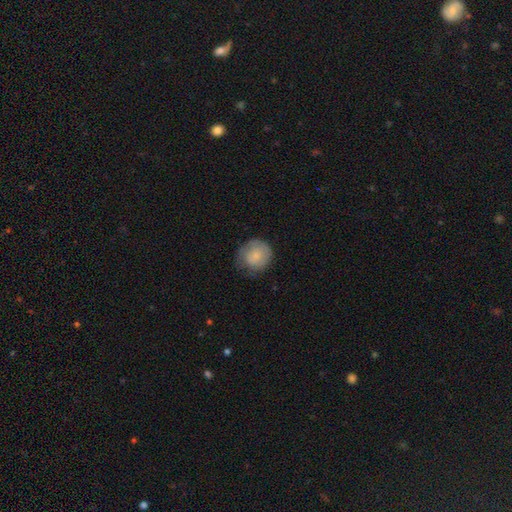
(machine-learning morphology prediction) Q: Smooth or featured?
A: smooth (74%); runner-up: featured or disk (19%)
Q: How rounded?
A: round (86%); runner-up: in between (13%)
Q: Merging?
A: none (57%); runner-up: minor disturbance (30%)